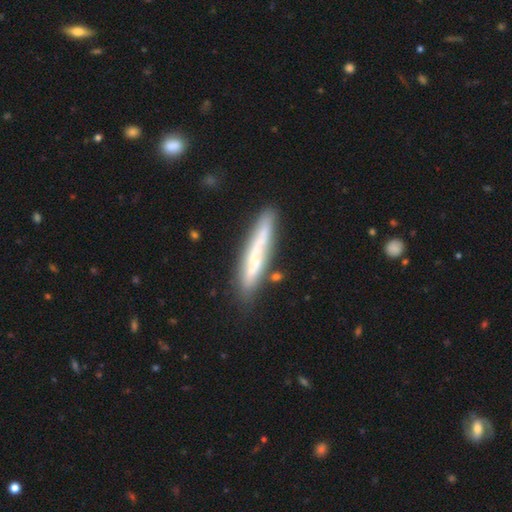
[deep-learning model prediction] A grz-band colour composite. It shows a featured or disk galaxy (48%). Merging: none (73%).